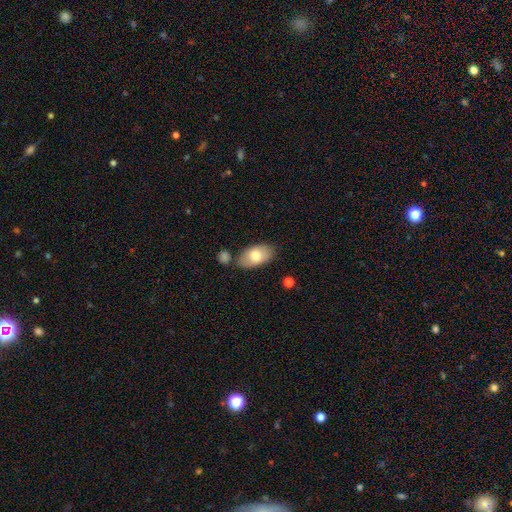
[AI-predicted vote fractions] This is likely a smooth galaxy (75%). How rounded: clearly in between (94%). Merging: likely none (73%).